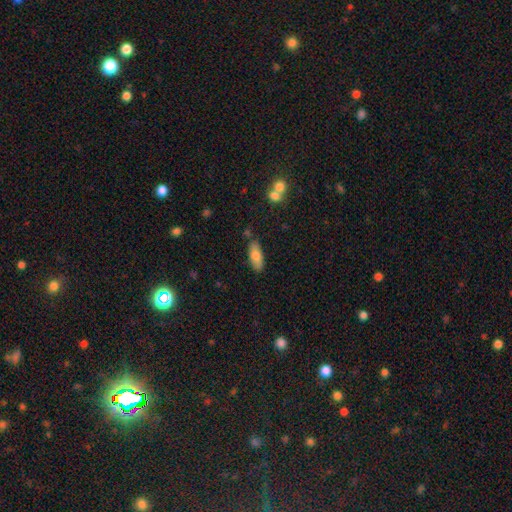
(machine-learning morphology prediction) Smooth or featured?
  - smooth: 77% *
  - featured or disk: 16%
  - star or artifact: 7%
How rounded?
  - in between: 75% *
  - cigar-shaped: 23%
  - round: 2%
Merging?
  - none: 79% *
  - minor disturbance: 14%
  - merger: 4%
  - major disturbance: 3%